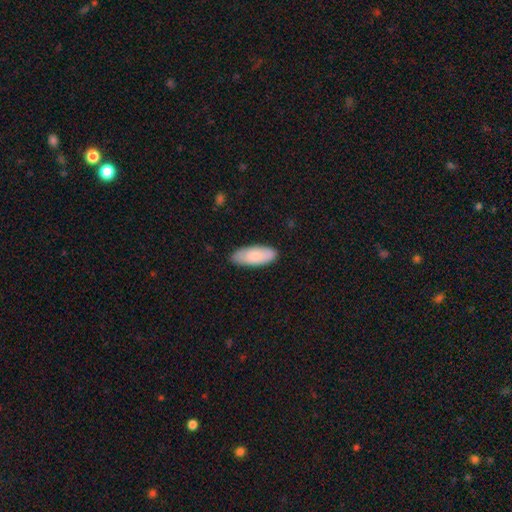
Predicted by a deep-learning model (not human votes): A smooth galaxy with no disk features (86%) that is in between round and cigar-shaped (85%).

Vote fractions:
- Smooth or featured? smooth: 86% / featured or disk: 8% / star or artifact: 5%
- How rounded? in between: 85% / cigar-shaped: 13% / round: 2%
- Merging? none: 80% / minor disturbance: 16% / major disturbance: 2% / merger: 1%